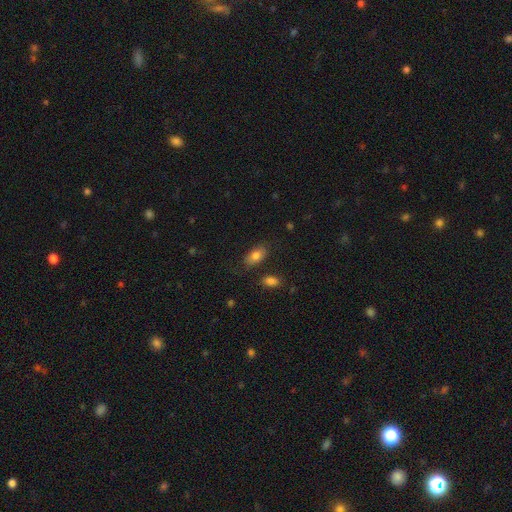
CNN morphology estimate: type=smooth (81%); roundness=in between (91%); merging=none (79%).